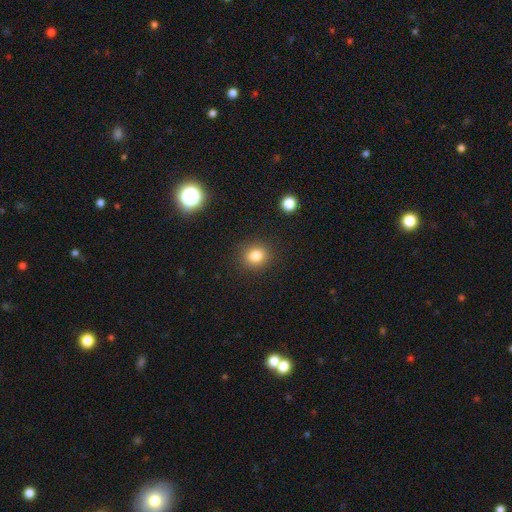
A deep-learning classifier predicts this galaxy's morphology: Q: Smooth or featured?
A: smooth (82%); runner-up: star or artifact (12%)
Q: How rounded?
A: round (79%); runner-up: in between (20%)
Q: Merging?
A: none (89%); runner-up: minor disturbance (7%)